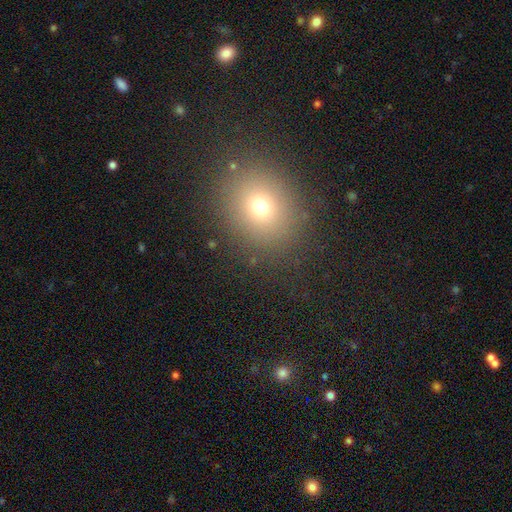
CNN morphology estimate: A smooth galaxy with no disk features (66%) that is round (69%). Merging: none (88%).